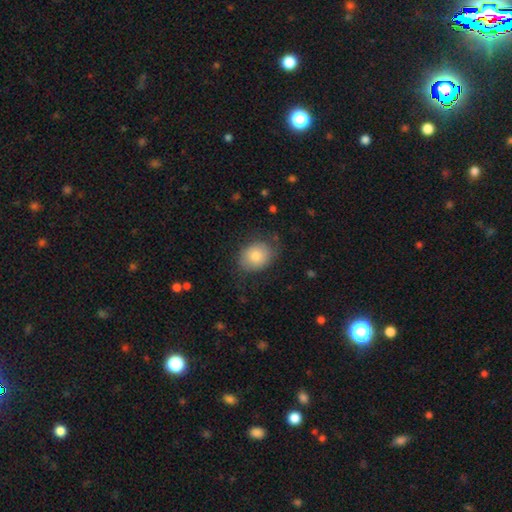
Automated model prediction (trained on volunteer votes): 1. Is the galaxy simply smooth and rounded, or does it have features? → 81% smooth, 12% featured or disk, 8% star or artifact.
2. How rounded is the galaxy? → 53% in between, 46% round, 1% cigar-shaped.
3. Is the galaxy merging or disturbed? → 75% none, 18% minor disturbance, 6% major disturbance, 1% merger.